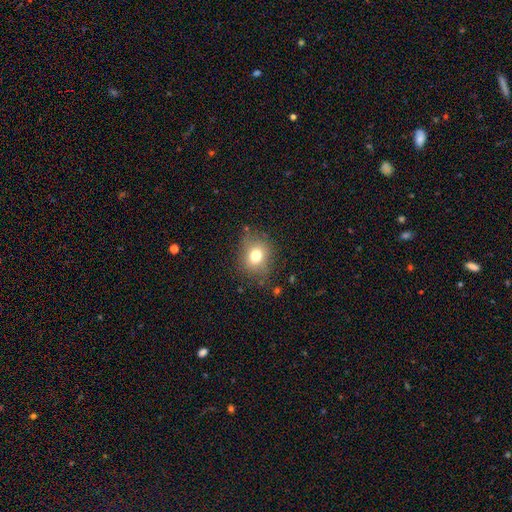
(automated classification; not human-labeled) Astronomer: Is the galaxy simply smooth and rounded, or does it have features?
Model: smooth — 75%.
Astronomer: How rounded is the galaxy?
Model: round — 65%.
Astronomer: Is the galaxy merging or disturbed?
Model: none — 78%.